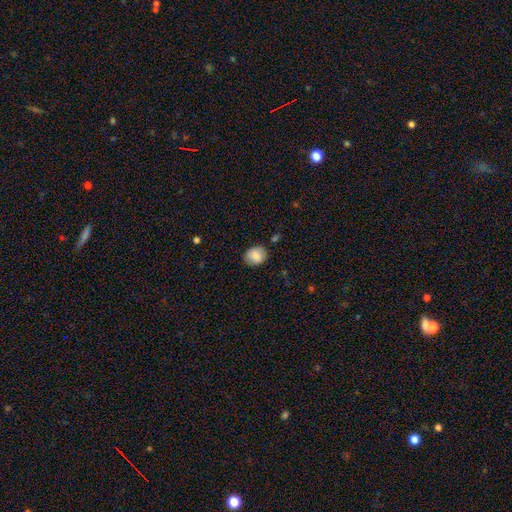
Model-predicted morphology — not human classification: A smooth galaxy with no disk features (83%) that is round (60%). Merging: none (84%).